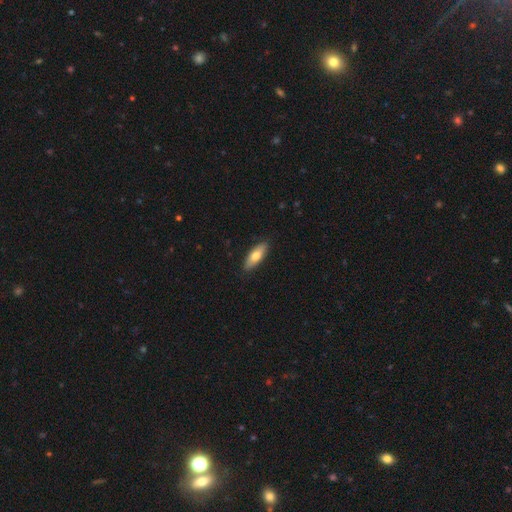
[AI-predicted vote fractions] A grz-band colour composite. It shows a smooth galaxy with no disk features (73%) that is in between round and cigar-shaped (66%). Merging: none (88%).